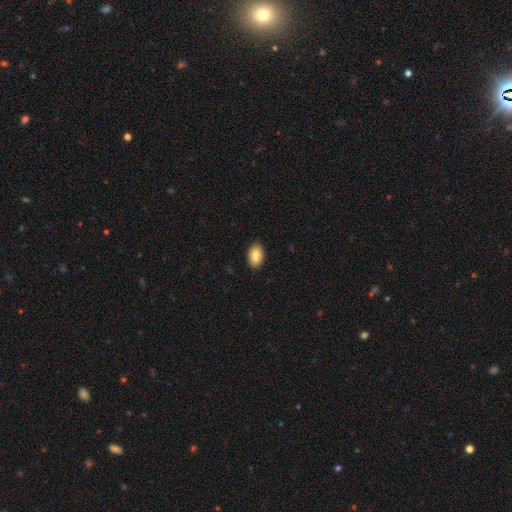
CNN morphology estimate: smooth 86%, featured or disk 7%, star or artifact 7%. Down the decision tree: how rounded — in between (91%); merging — none (90%).